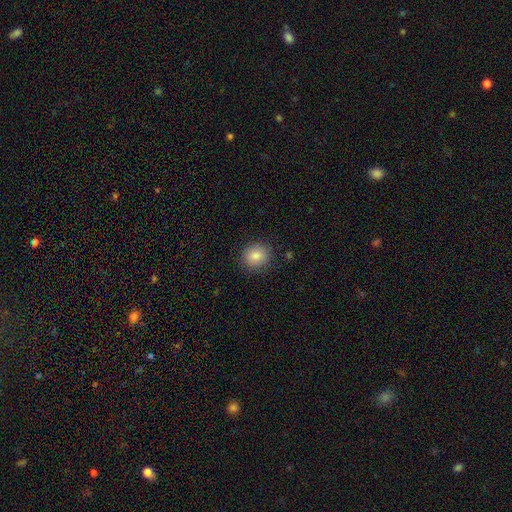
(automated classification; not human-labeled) The model was most divided on "how rounded": round: 86%, in between: 13%, cigar-shaped: 1%. More confident: merging — none (89%); smooth or featured — smooth (84%).